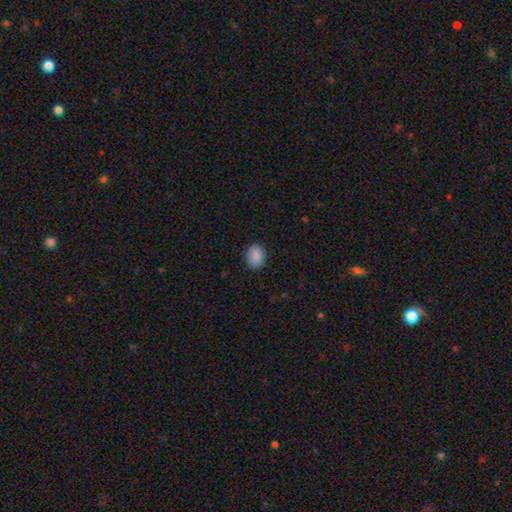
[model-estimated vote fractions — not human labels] This is clearly a smooth galaxy (89%). How rounded: likely in between (70%). Merging: clearly none (89%).